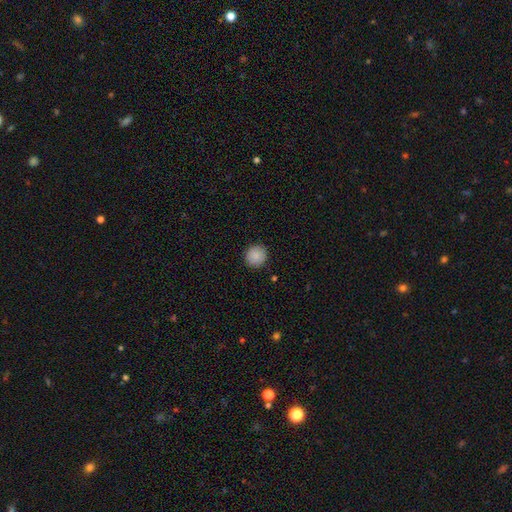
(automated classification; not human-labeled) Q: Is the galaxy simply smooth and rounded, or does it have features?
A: smooth — 87%.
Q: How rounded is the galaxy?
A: round — 92%.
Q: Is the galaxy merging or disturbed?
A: none — 91%.